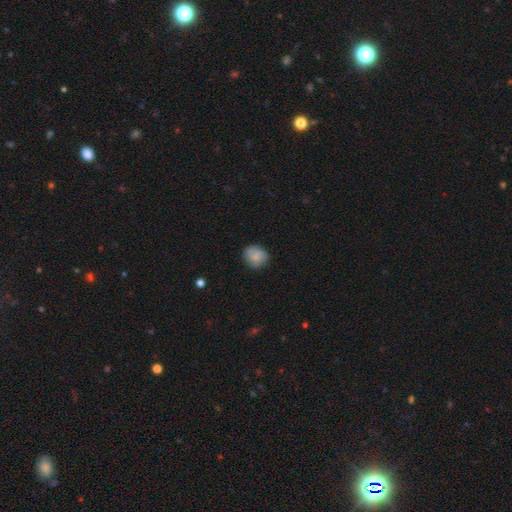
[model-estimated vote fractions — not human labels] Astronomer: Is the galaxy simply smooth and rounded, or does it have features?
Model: smooth — 79%.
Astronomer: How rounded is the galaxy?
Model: round — 72%.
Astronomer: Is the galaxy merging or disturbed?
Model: none — 75%.